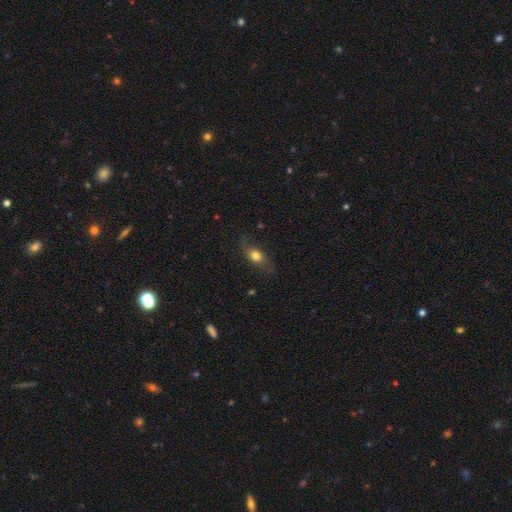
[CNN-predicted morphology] Smooth or featured: smooth — 66% (featured or disk — 24%)
How rounded: in between — 67% (round — 19%)
Merging: none — 71% (minor disturbance — 20%)